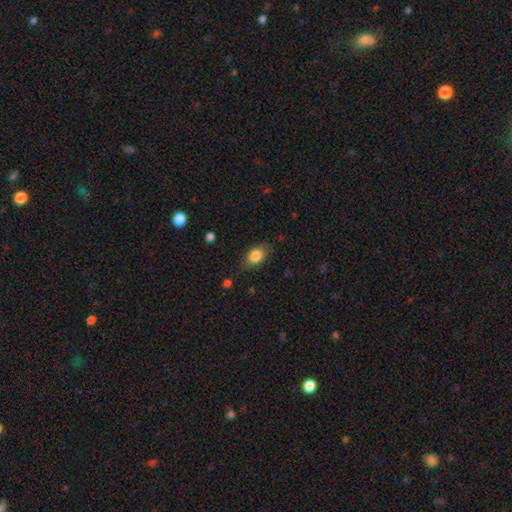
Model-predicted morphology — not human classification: Smooth or featured: smooth — 84% (star or artifact — 8%)
How rounded: in between — 77% (round — 21%)
Merging: none — 79% (minor disturbance — 16%)